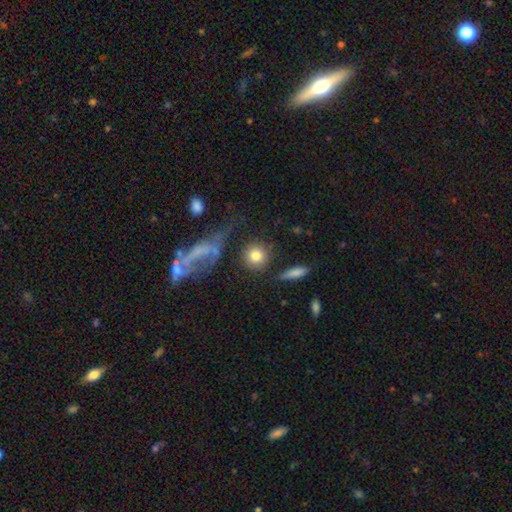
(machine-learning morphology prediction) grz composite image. It shows a smooth galaxy with no disk features (79%) that is round (90%). Merging: none (76%).